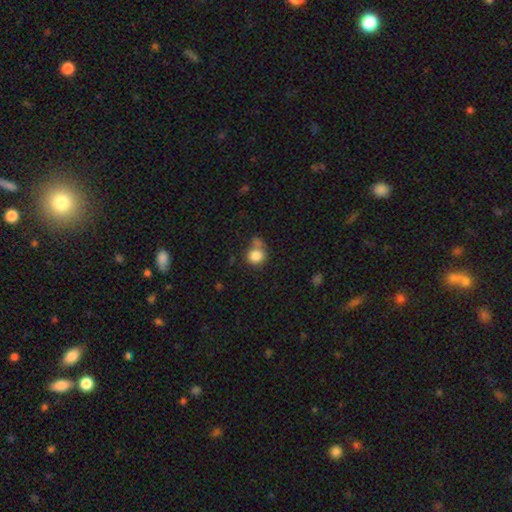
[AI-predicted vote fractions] Smooth or featured? smooth (84%)
How rounded? round (83%)
Merging? none (51%)